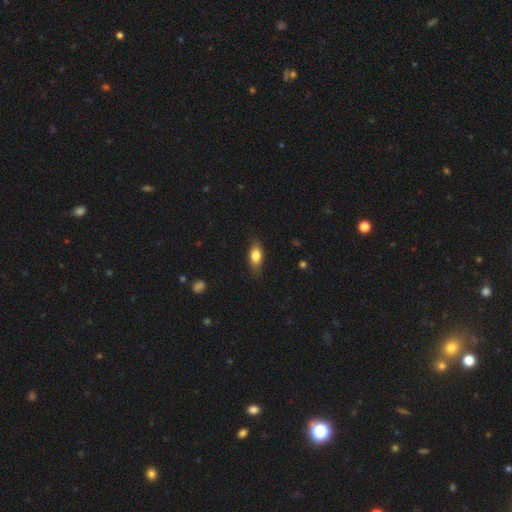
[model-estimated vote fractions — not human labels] Q: Smooth or featured?
A: smooth (78%); runner-up: featured or disk (15%)
Q: How rounded?
A: in between (80%); runner-up: cigar-shaped (13%)
Q: Merging?
A: none (77%); runner-up: minor disturbance (18%)